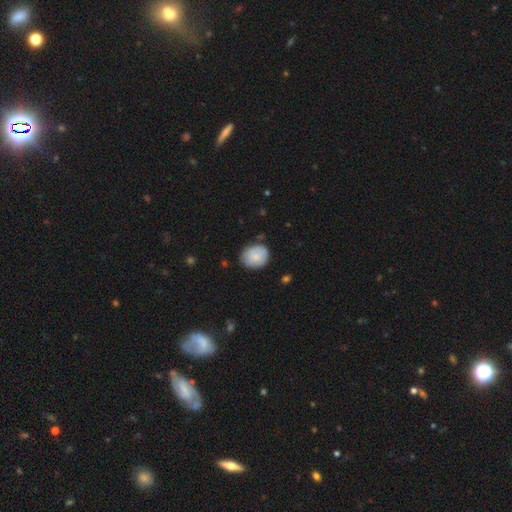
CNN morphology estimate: Q: Smooth or featured?
A: smooth (79%); runner-up: featured or disk (15%)
Q: How rounded?
A: round (58%); runner-up: in between (41%)
Q: Merging?
A: none (74%); runner-up: minor disturbance (20%)